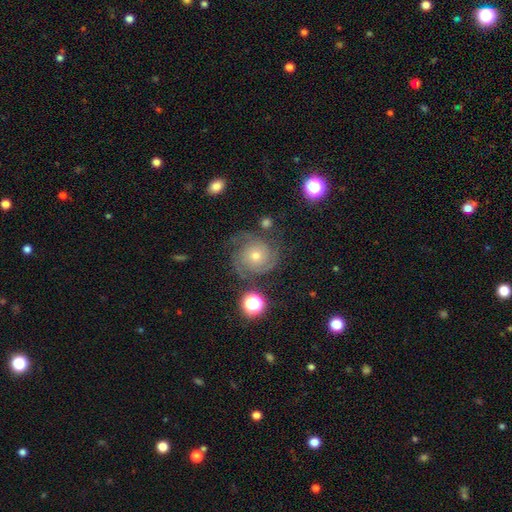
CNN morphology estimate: This appears to be a featured or disk galaxy (81%) with no bar (80%), 3 (34%) tight (66%) spiral arms (97%) and a moderate central bulge (49%). Merging: none (76%).